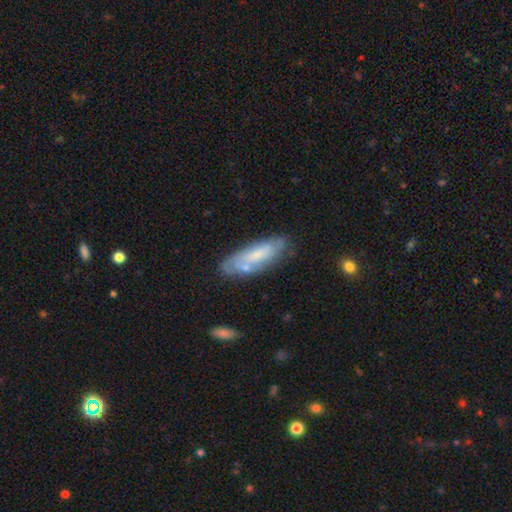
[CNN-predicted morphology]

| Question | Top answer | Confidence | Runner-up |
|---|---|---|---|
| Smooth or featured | smooth | 51% | featured or disk (43%) |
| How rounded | in between | 55% | cigar-shaped (43%) |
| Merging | none | 66% | minor disturbance (21%) |